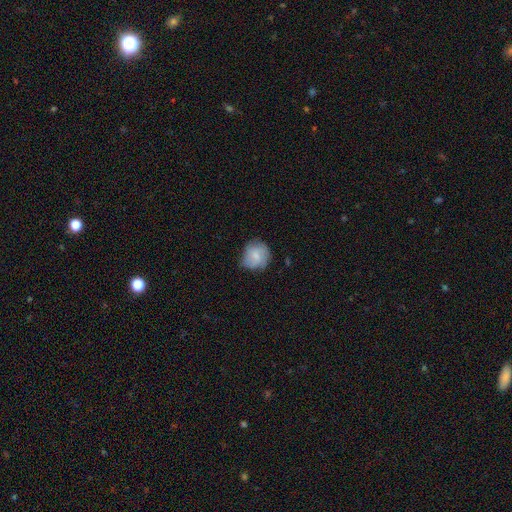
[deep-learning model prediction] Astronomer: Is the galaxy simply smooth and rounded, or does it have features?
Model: smooth — 60%.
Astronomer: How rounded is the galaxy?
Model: round — 77%.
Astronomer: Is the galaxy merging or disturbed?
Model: none — 64%.